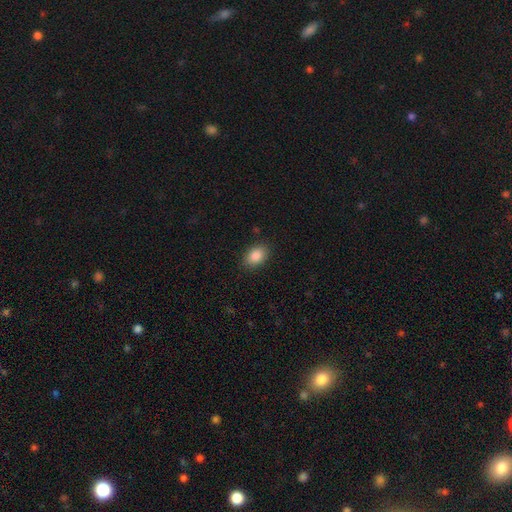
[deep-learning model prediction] A smooth galaxy with no disk features (88%) that is in between round and cigar-shaped (83%). Merging: none (86%).